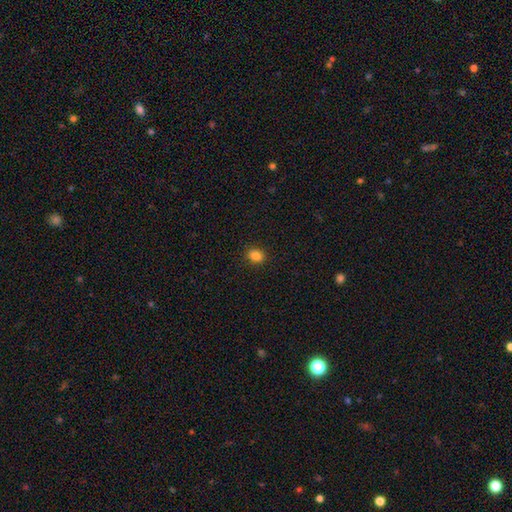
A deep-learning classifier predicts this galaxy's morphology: type=smooth (85%); roundness=in between (55%); merging=none (89%).